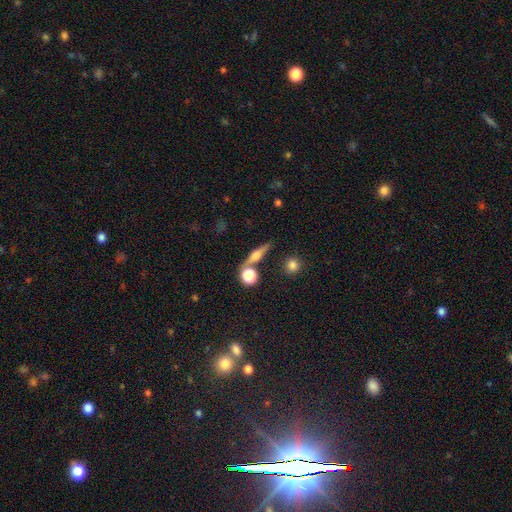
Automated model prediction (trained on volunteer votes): A featured or disk galaxy (45%). Merging: none (72%).